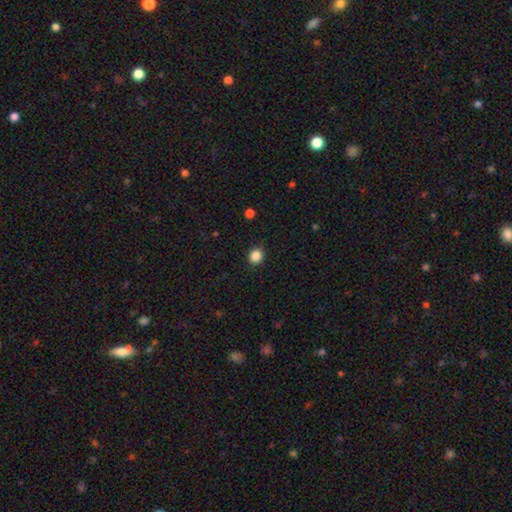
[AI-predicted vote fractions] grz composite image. It shows a smooth galaxy with no disk features (86%) that is round (83%). Merging: none (88%).